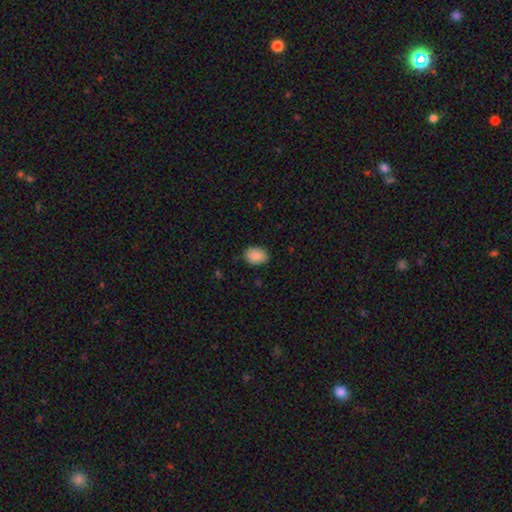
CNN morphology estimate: A smooth galaxy with no disk features (88%) that is in between round and cigar-shaped (74%). Merging: none (85%).